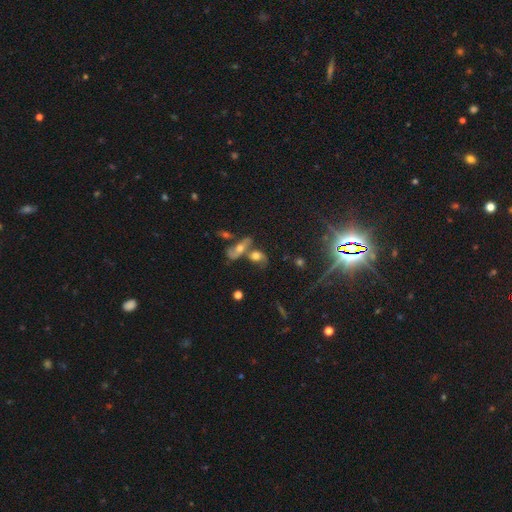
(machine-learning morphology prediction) type=smooth (48%); merging=merger (58%).